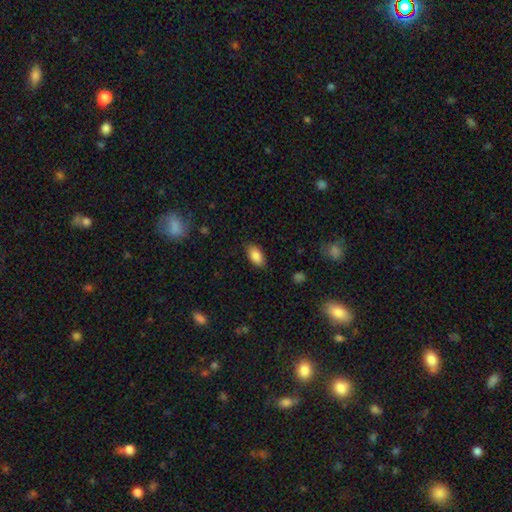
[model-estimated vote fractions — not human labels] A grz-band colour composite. It shows a smooth galaxy with no disk features (86%) that is in between round and cigar-shaped (92%). Merging: none (84%).